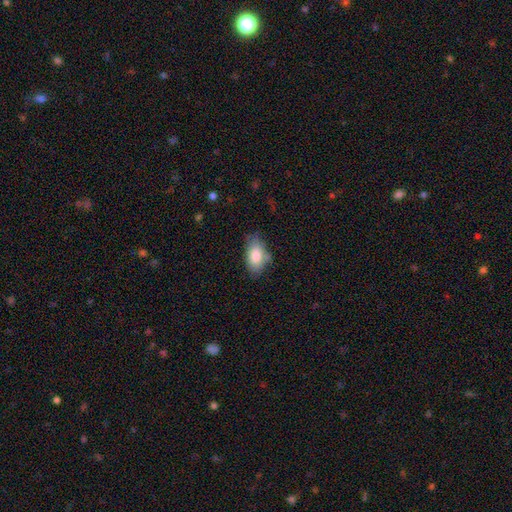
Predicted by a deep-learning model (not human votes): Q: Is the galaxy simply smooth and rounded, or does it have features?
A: smooth — 84%.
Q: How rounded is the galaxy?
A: in between — 93%.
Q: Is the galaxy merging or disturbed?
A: none — 65%.